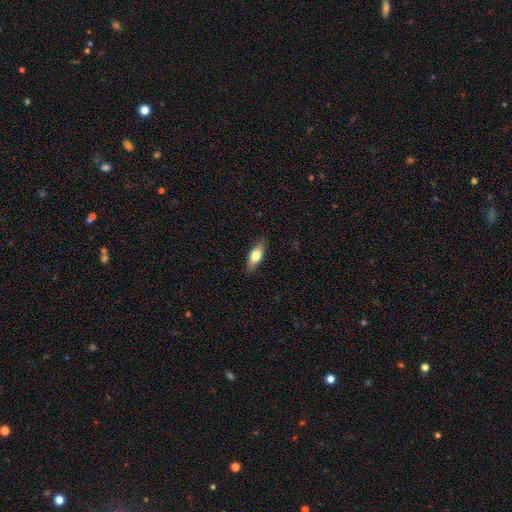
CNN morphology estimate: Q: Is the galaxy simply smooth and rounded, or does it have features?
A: smooth — 69%.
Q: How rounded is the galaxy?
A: in between — 70%.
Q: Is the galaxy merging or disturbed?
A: none — 85%.